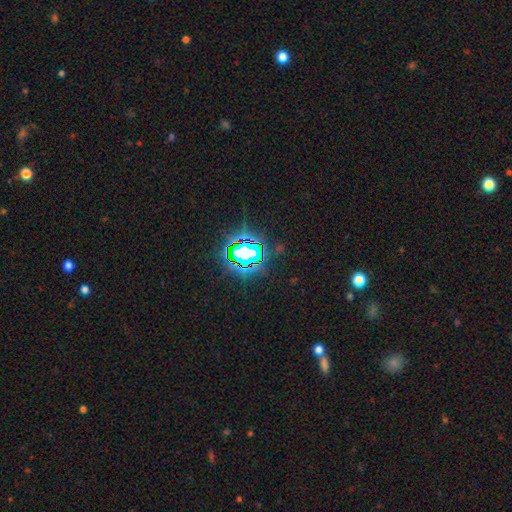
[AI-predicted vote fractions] Morphology: type=star or artifact (83%).